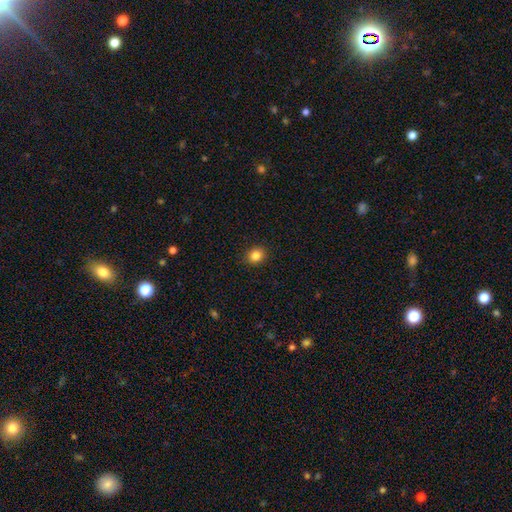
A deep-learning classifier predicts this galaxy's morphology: The model was most divided on "how rounded": round: 76%, in between: 23%, cigar-shaped: 1%. More confident: merging — none (91%); smooth or featured — smooth (84%).